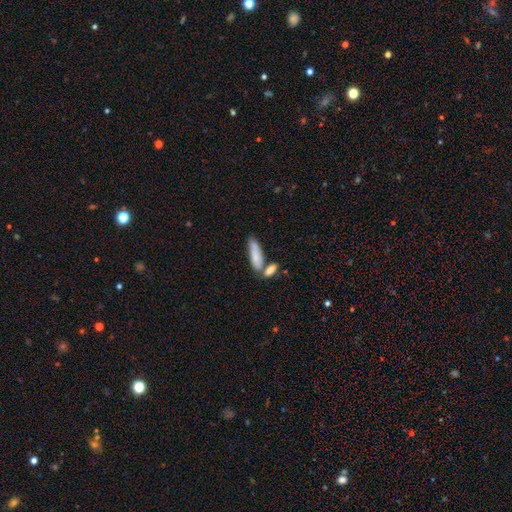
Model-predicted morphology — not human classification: A smooth galaxy with no disk features (78%) that is in between round and cigar-shaped (51%). Merging: none (48%).